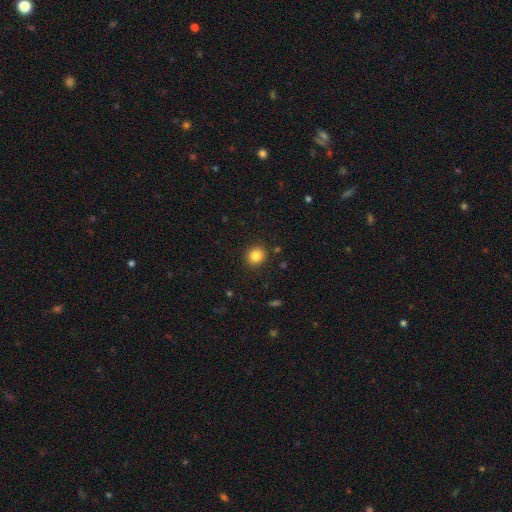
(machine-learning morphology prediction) type=smooth (84%); roundness=round (87%); merging=none (90%).